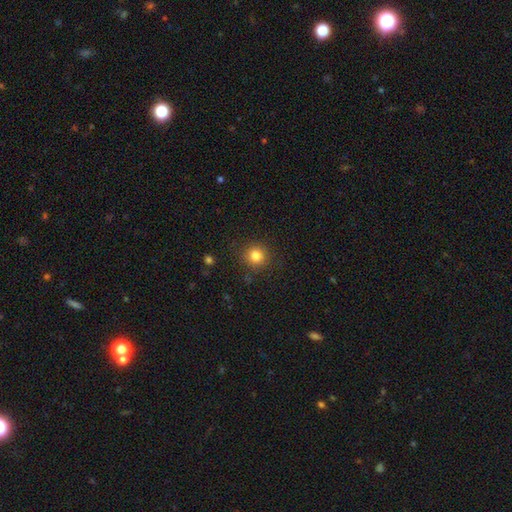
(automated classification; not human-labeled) Smooth or featured?
  - smooth: 82% *
  - star or artifact: 12%
  - featured or disk: 6%
How rounded?
  - round: 91% *
  - in between: 8%
  - cigar-shaped: 1%
Merging?
  - none: 88% *
  - minor disturbance: 8%
  - major disturbance: 3%
  - merger: 1%